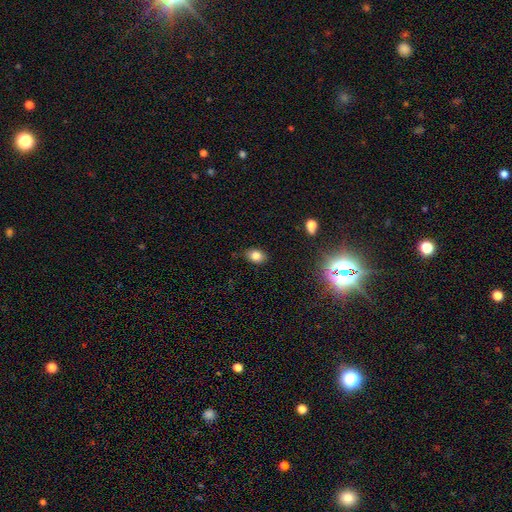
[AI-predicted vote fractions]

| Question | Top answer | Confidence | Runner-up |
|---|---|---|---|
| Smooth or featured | smooth | 81% | star or artifact (11%) |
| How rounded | in between | 77% | round (22%) |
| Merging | none | 84% | minor disturbance (12%) |